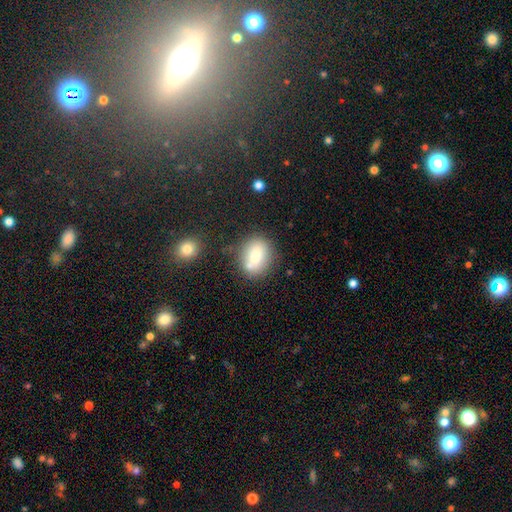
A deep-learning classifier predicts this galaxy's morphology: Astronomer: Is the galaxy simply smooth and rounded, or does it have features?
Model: smooth — 78%.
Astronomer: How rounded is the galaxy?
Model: in between — 55% (runner-up: round, 43%).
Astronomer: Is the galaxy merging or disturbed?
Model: none — 63%.